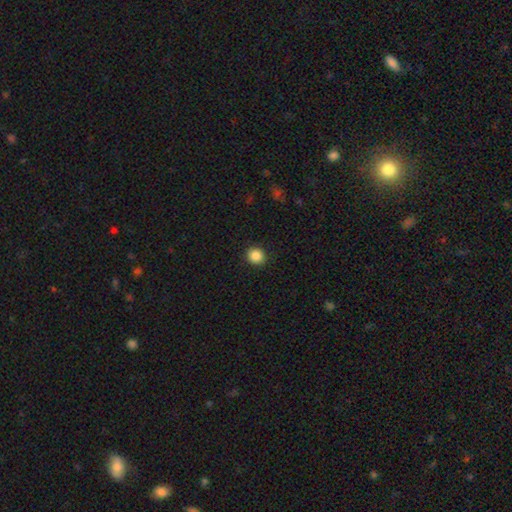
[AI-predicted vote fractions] smooth-or-featured: smooth: 87% | star or artifact: 10% | featured or disk: 3%
  how-rounded: round: 86% | in between: 13% | cigar-shaped: 1%
  merging: none: 92% | minor disturbance: 5% | major disturbance: 2% | merger: 1%